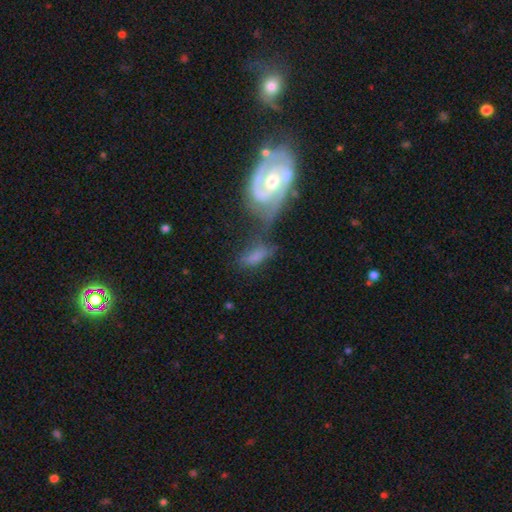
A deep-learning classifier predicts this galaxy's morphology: Smooth or featured: featured or disk — 49% (smooth — 41%)
Merging: merger — 33% (none — 30%)